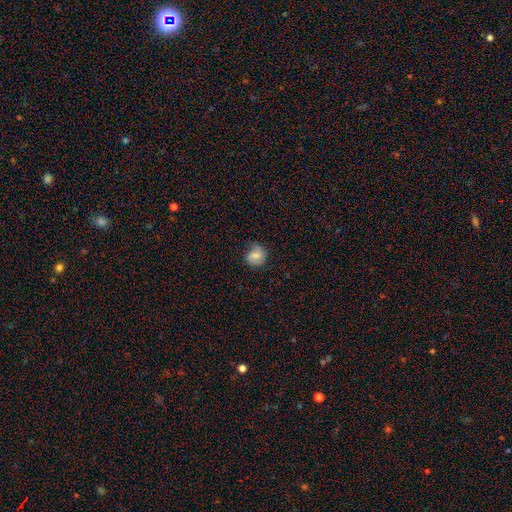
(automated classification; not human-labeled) The model was most divided on "smooth or featured": smooth: 59%, featured or disk: 31%, star or artifact: 9%. More confident: how rounded — round (79%); merging — none (68%).